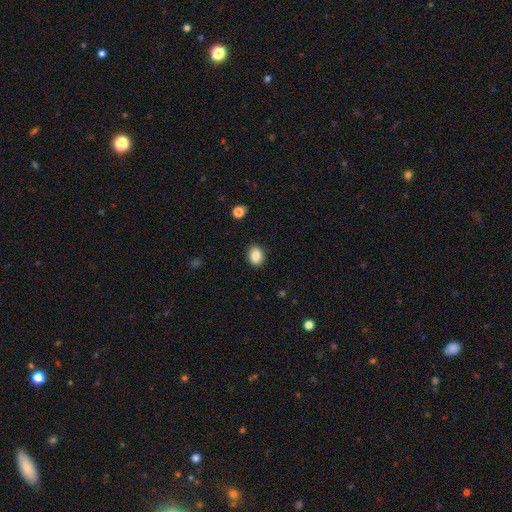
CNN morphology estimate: Smooth or featured: smooth — 86% (star or artifact — 9%)
How rounded: in between — 60% (round — 39%)
Merging: none — 88% (minor disturbance — 8%)